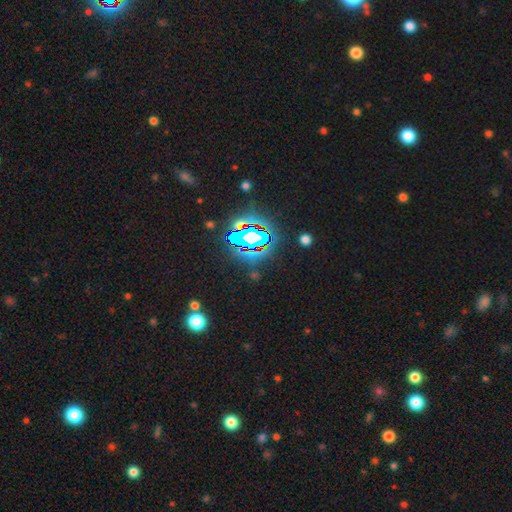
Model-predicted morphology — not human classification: Smooth or featured: star or artifact — 84% (smooth — 9%)